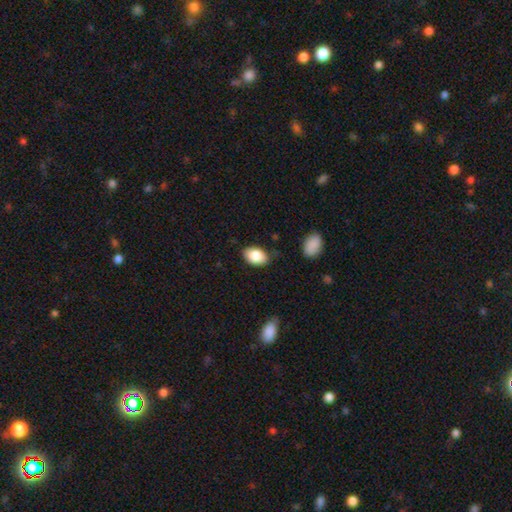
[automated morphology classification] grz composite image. It shows a smooth galaxy with no disk features (85%) that is in between round and cigar-shaped (89%). Merging: none (81%).